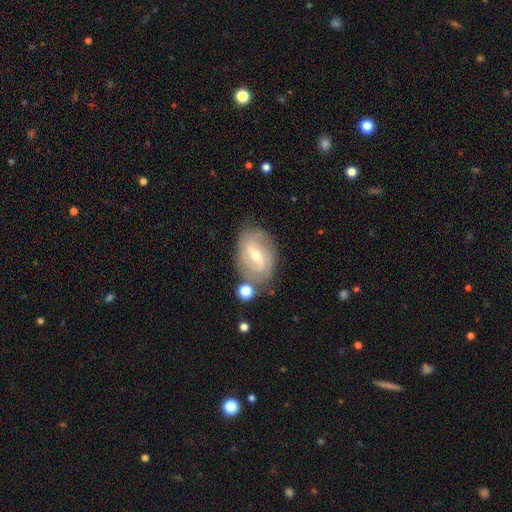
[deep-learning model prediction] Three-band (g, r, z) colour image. It shows a featured or disk galaxy (74%) with a weak bar (48%), 2 (63%) medium (39%) spiral arms (82%) and a moderate central bulge (52%). Merging: none (70%).